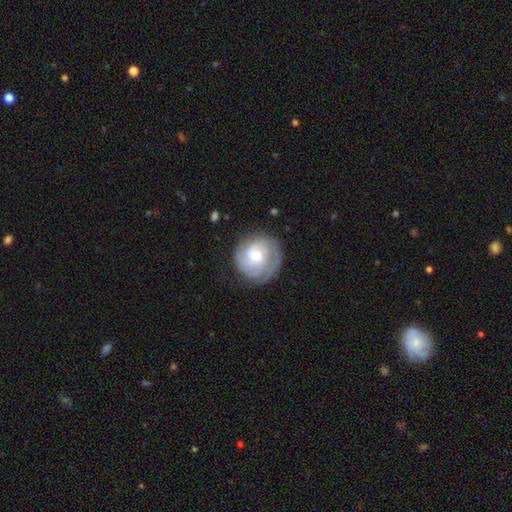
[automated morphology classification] featured or disk 72%, smooth 22%, star or artifact 6%. Down the decision tree: edge-on disk — no (98%); bar — no (62%); spiral arms — yes (92%); spiral arm count — 2 (32%); spiral winding — tight (64%); bulge size — moderate (61%); merging — none (78%).